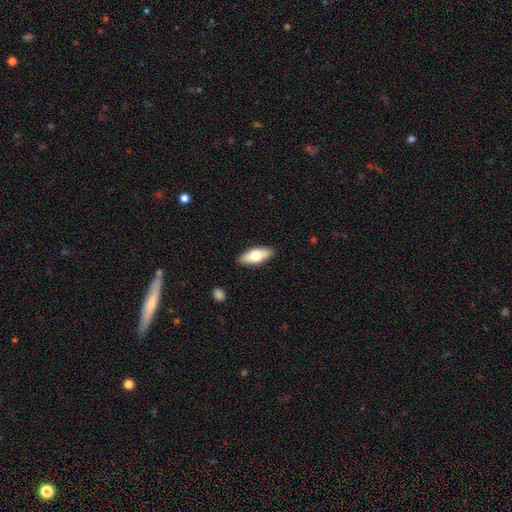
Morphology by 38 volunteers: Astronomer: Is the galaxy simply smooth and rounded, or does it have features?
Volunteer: smooth — 66%.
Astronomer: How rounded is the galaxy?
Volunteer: in between — 92%.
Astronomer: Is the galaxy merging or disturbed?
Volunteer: none — 86%.